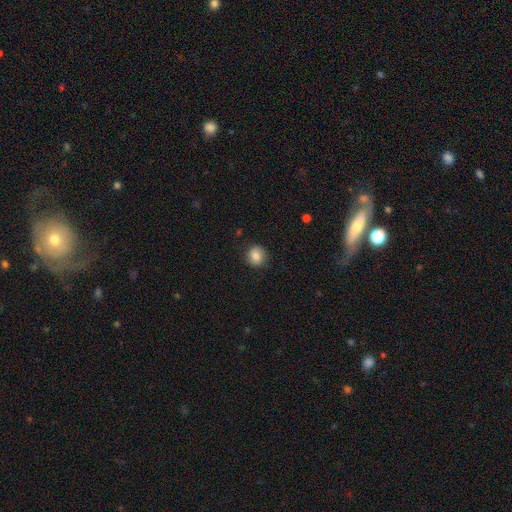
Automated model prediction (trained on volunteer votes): Smooth or featured? smooth (82%)
How rounded? round (89%)
Merging? none (87%)